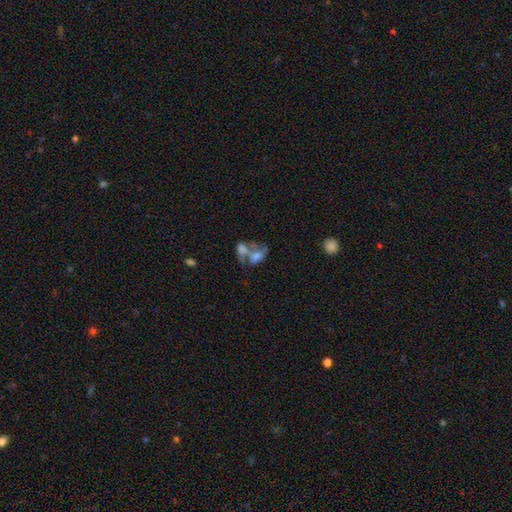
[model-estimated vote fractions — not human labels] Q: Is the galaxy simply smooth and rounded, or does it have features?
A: smooth — 51%.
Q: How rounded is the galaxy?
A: in between — 77%.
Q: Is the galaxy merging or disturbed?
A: merger — 65%.